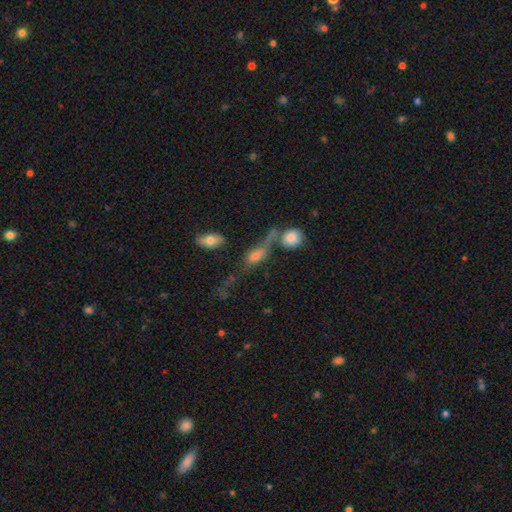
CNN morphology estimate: Smooth or featured? Predicted: smooth (p=0.54). How rounded? Predicted: in between (p=0.65). Merging? Predicted: none (p=0.37).